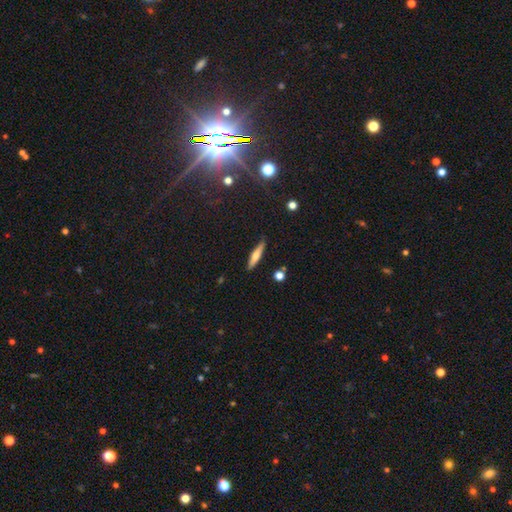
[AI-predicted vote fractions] Smooth or featured: smooth — 54% (featured or disk — 39%)
How rounded: cigar-shaped — 86% (in between — 12%)
Merging: none — 88% (minor disturbance — 9%)